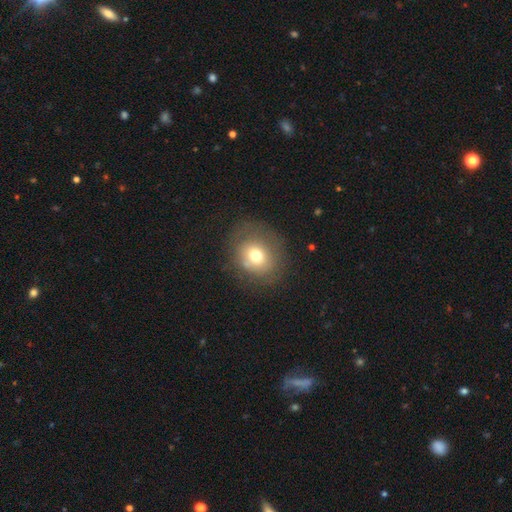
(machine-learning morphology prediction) A smooth galaxy with no disk features (69%) that is round (74%). Merging: none (70%).